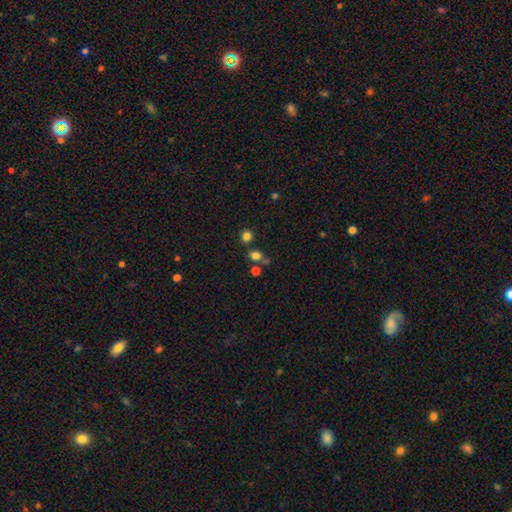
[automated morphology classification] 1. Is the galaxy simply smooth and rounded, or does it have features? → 74% smooth, 19% star or artifact, 8% featured or disk.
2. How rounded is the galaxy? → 71% round, 28% in between, 1% cigar-shaped.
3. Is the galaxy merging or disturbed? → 63% none, 21% merger, 11% minor disturbance, 5% major disturbance.